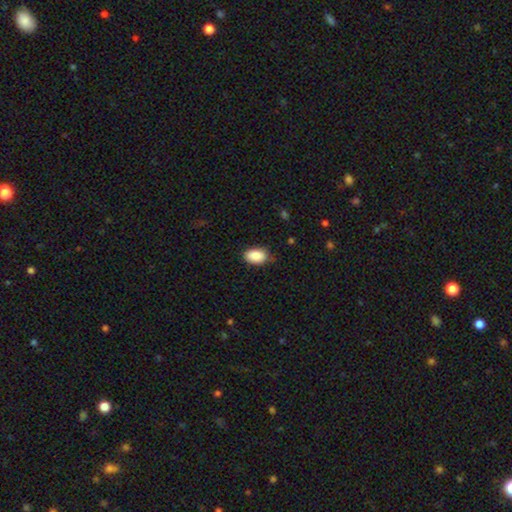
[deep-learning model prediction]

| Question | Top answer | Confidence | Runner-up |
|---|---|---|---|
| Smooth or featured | smooth | 89% | star or artifact (7%) |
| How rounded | in between | 91% | round (8%) |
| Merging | none | 77% | minor disturbance (19%) |